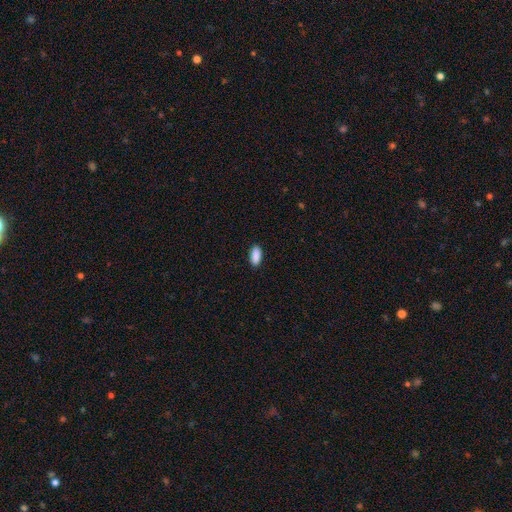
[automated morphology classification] A smooth galaxy with no disk features (90%) that is in between round and cigar-shaped (86%). Merging: none (89%).